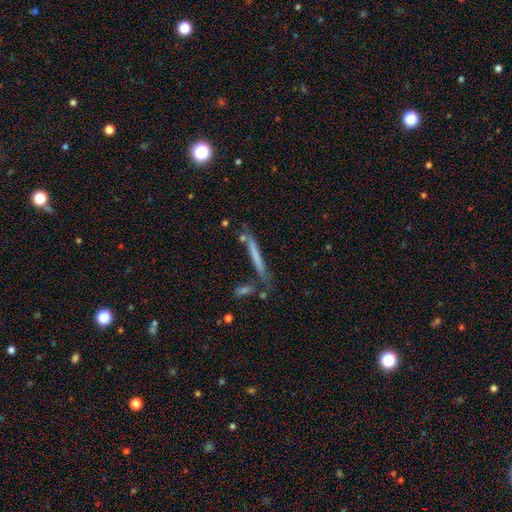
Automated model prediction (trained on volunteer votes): Smooth or featured? smooth (58%)
How rounded? cigar-shaped (96%)
Merging? none (71%)